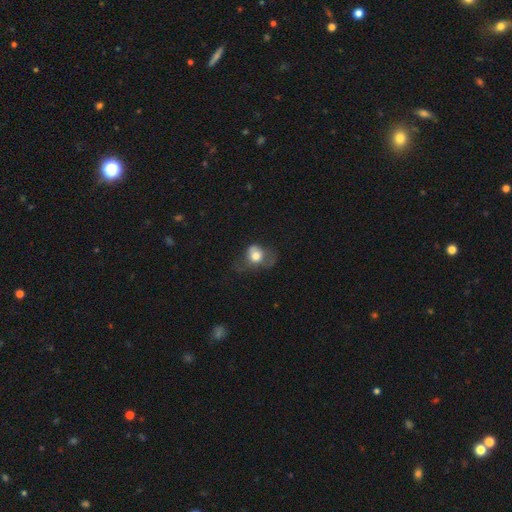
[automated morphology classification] type=smooth (66%); roundness=round (56%); merging=major disturbance (47%).